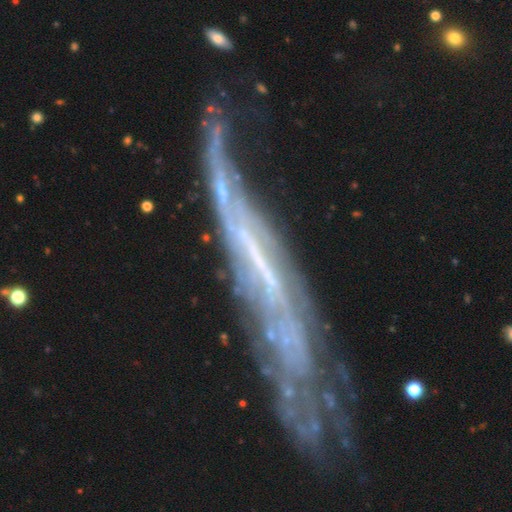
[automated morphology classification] Smooth or featured: featured or disk — 74% (smooth — 14%)
Edge-on disk: yes — 56% (no — 44%)
Merging: none — 46% (major disturbance — 24%)